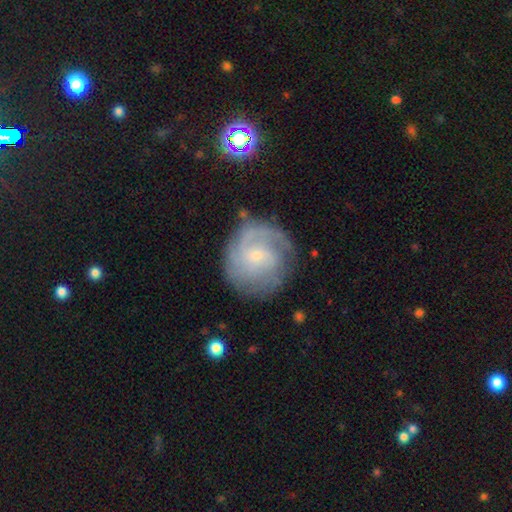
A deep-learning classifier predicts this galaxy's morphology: Q: Smooth or featured?
A: featured or disk (69%); runner-up: smooth (23%)
Q: Edge-on disk?
A: no (98%); runner-up: yes (2%)
Q: Bar?
A: no (58%); runner-up: weak (37%)
Q: Spiral arms?
A: yes (89%); runner-up: no (11%)
Q: Spiral winding?
A: tight (52%); runner-up: medium (34%)
Q: Spiral arm count?
A: can't tell (39%); runner-up: 2 (23%)
Q: Bulge size?
A: small (77%); runner-up: moderate (17%)
Q: Merging?
A: none (71%); runner-up: minor disturbance (18%)